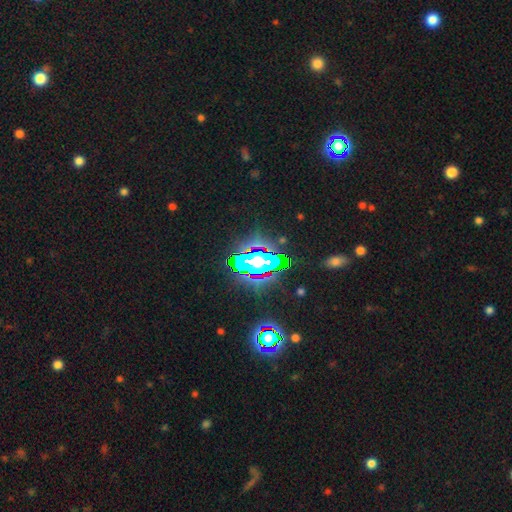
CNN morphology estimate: A star or artifact, not a galaxy (77%).